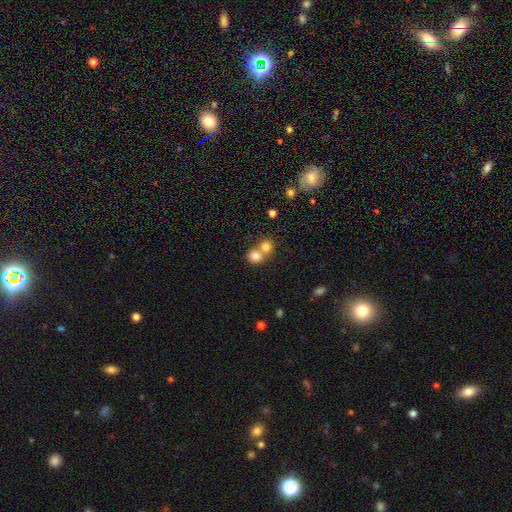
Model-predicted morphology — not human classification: A smooth galaxy with no disk features (80%) that is round (76%). Merging: merger (57%).